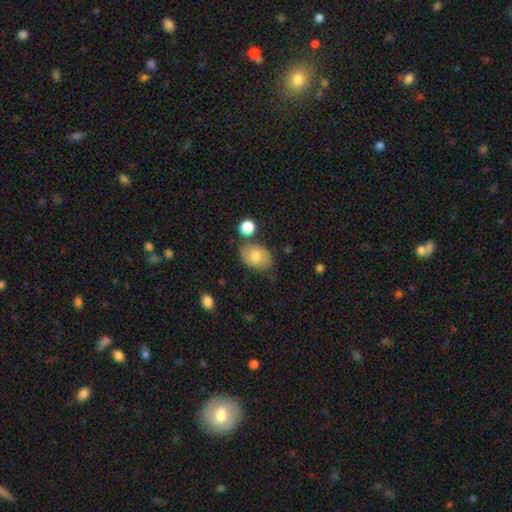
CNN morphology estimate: Q: Smooth or featured?
A: smooth (73%); runner-up: featured or disk (19%)
Q: How rounded?
A: in between (74%); runner-up: round (25%)
Q: Merging?
A: none (69%); runner-up: minor disturbance (19%)